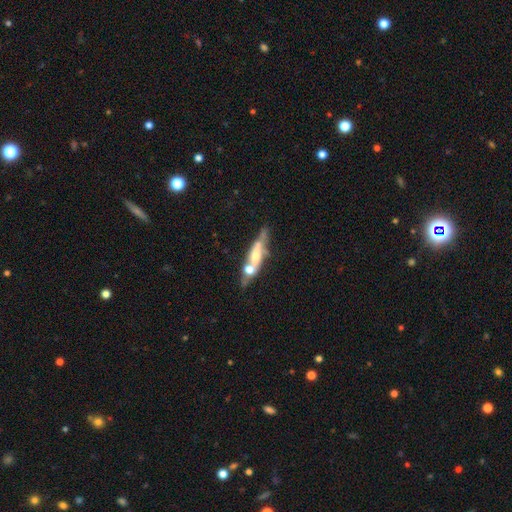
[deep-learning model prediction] This is possibly a featured or disk galaxy (55%). It is possibly viewed edge-on (60%). Merging: marginally merger (38%).